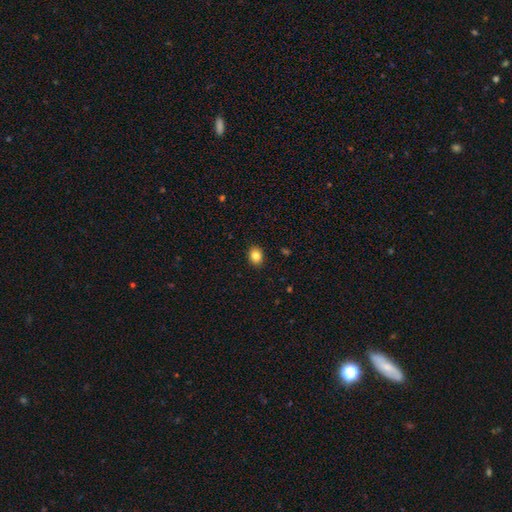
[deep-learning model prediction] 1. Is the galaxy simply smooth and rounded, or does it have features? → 85% smooth, 10% star or artifact, 5% featured or disk.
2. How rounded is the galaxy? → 51% in between, 48% round, 1% cigar-shaped.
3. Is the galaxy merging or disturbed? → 91% none, 7% minor disturbance, 2% major disturbance, 1% merger.